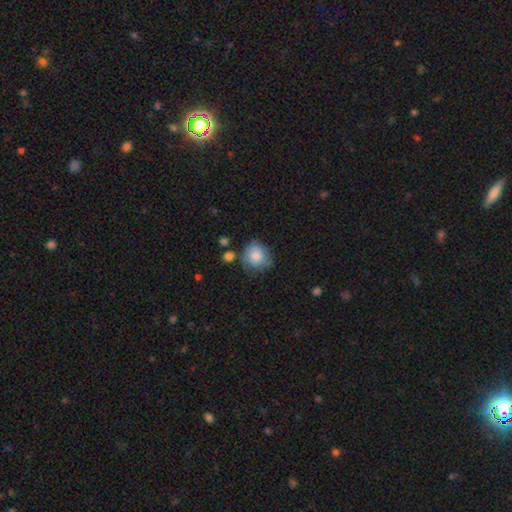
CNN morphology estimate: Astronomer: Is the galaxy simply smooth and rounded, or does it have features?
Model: smooth — 68%.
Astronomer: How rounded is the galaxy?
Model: round — 78%.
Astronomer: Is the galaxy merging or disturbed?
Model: none — 56%.